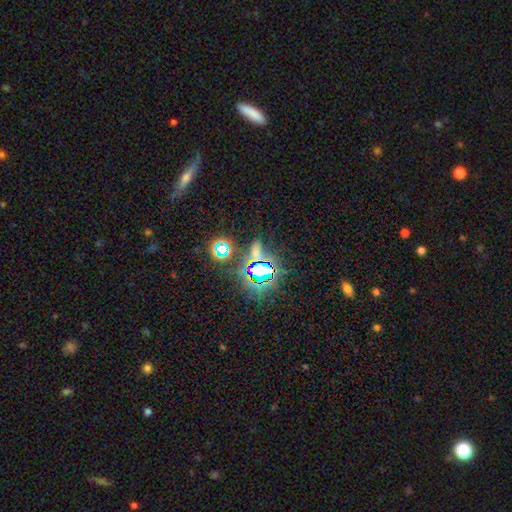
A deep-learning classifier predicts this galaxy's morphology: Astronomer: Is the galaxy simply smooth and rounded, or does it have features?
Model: star or artifact — 68%.